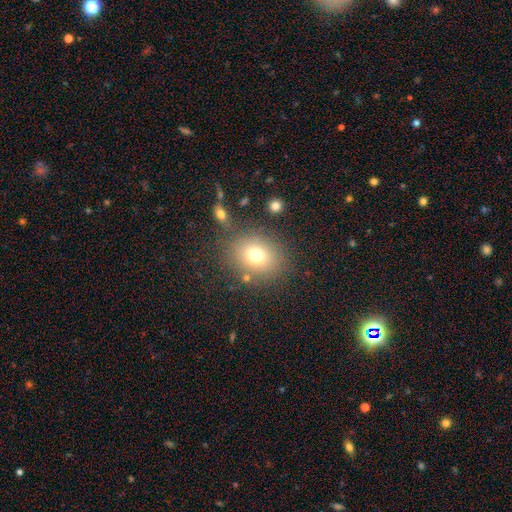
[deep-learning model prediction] This appears to be a smooth galaxy with no disk features (73%) that is round (63%). Merging: none (77%).